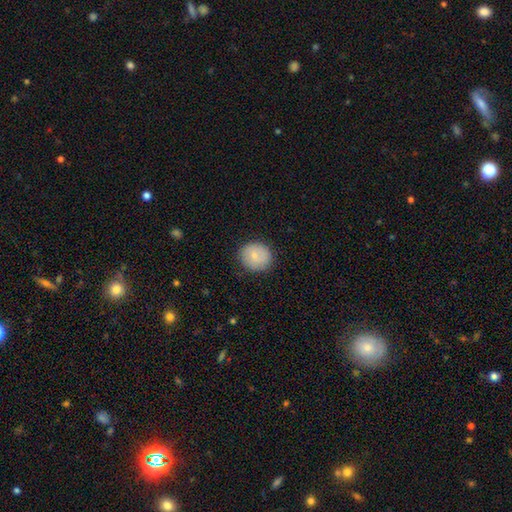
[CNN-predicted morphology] A smooth galaxy with no disk features (80%) that is round (85%).

Vote fractions:
- Smooth or featured? smooth: 80% / featured or disk: 13% / star or artifact: 7%
- How rounded? round: 85% / in between: 15% / cigar-shaped: 1%
- Merging? none: 84% / minor disturbance: 12% / major disturbance: 3% / merger: 1%